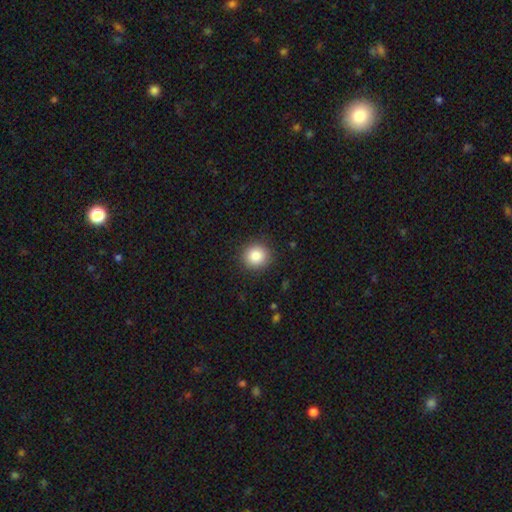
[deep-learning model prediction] Q: Smooth or featured?
A: smooth (85%); runner-up: star or artifact (10%)
Q: How rounded?
A: round (92%); runner-up: in between (7%)
Q: Merging?
A: none (91%); runner-up: minor disturbance (6%)